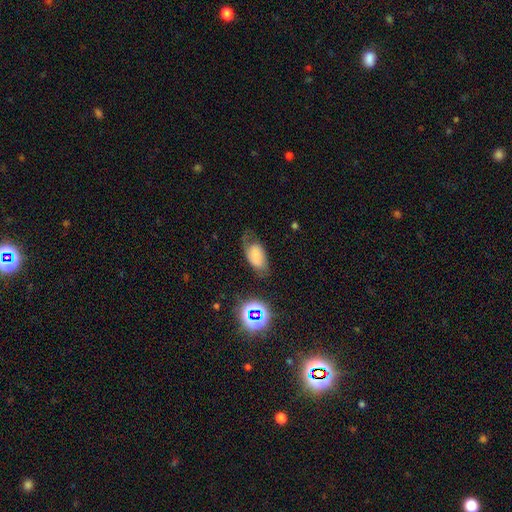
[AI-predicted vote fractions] Morphology: type=smooth (53%); roundness=in between (91%); merging=none (46%).